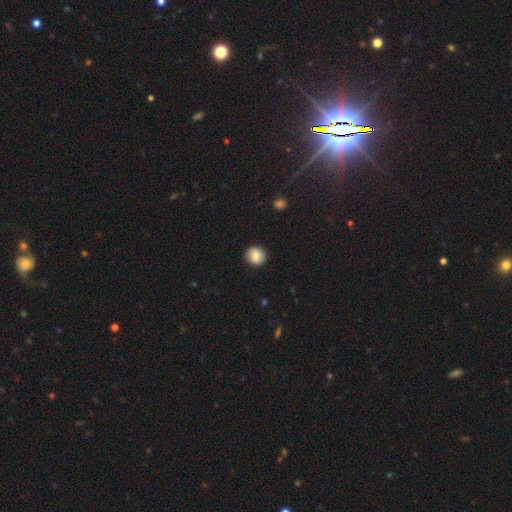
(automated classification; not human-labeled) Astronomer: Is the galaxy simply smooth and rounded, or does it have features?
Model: smooth — 81%.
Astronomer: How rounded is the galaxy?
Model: round — 87%.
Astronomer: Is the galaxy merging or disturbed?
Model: none — 89%.